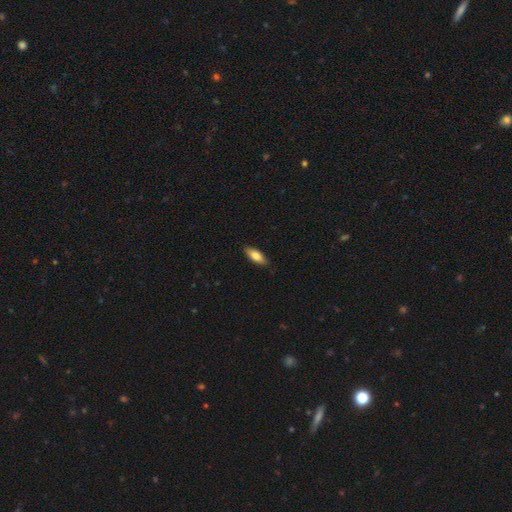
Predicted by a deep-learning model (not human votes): Smooth or featured? smooth (79%)
How rounded? in between (75%)
Merging? none (87%)